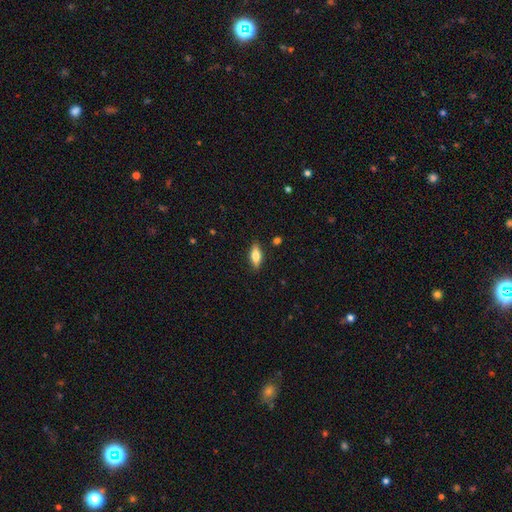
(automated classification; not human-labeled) smooth 70%, featured or disk 23%, star or artifact 7%. Down the decision tree: how rounded — in between (73%); merging — none (86%).